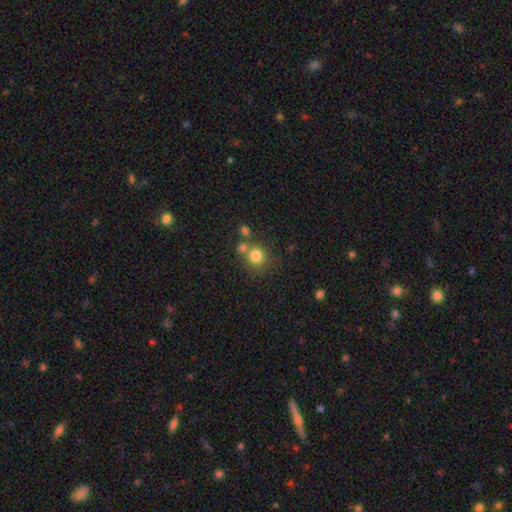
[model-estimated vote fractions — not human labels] A smooth galaxy with no disk features (79%) that is round (88%).

Vote fractions:
- Smooth or featured? smooth: 79% / star or artifact: 12% / featured or disk: 9%
- How rounded? round: 88% / in between: 11% / cigar-shaped: 1%
- Merging? none: 60% / merger: 27% / minor disturbance: 10% / major disturbance: 4%